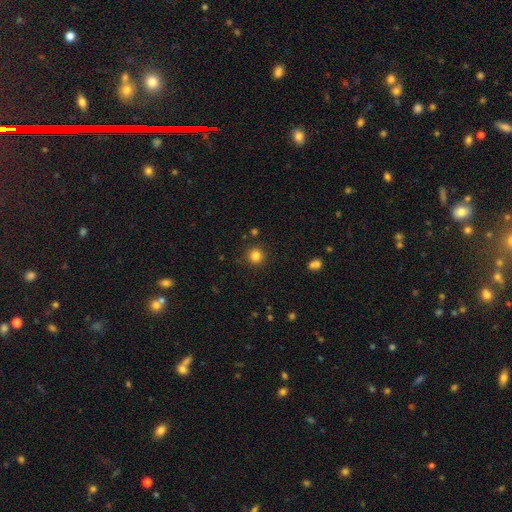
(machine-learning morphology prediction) smooth-or-featured: smooth: 83% | star or artifact: 12% | featured or disk: 5%
  how-rounded: round: 94% | in between: 5% | cigar-shaped: 1%
  merging: none: 89% | minor disturbance: 7% | major disturbance: 2% | merger: 2%